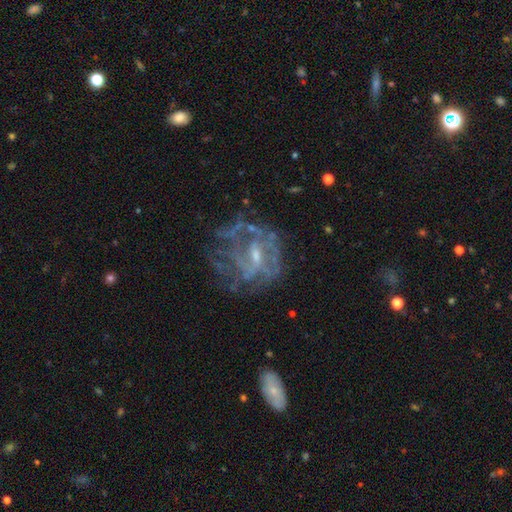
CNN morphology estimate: type=featured or disk (77%); edge-on=no (97%); bar=weak (50%); spiral arms=yes (65%); bulge=small (54%); merging=none (54%).